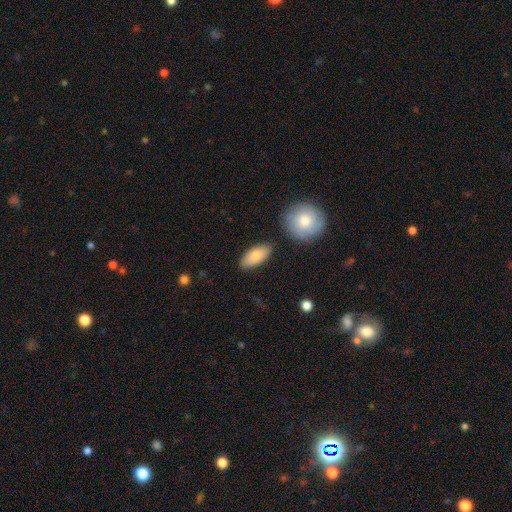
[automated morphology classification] Smooth or featured: smooth — 83% (featured or disk — 11%)
How rounded: in between — 90% (cigar-shaped — 7%)
Merging: none — 82% (minor disturbance — 12%)